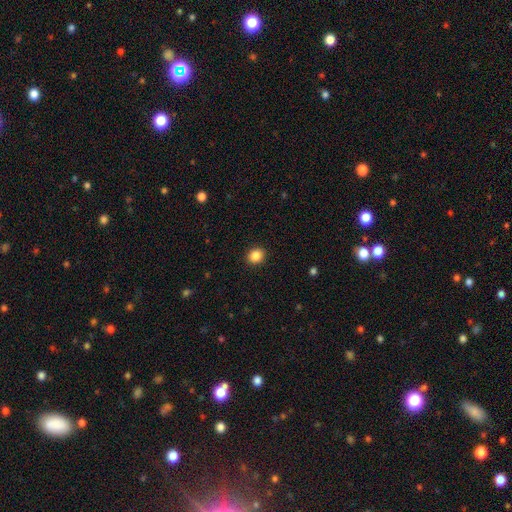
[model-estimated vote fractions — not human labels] Smooth or featured?
  - smooth: 87% *
  - star or artifact: 10%
  - featured or disk: 4%
How rounded?
  - round: 68% *
  - in between: 31%
  - cigar-shaped: 1%
Merging?
  - none: 91% *
  - minor disturbance: 6%
  - major disturbance: 2%
  - merger: 1%